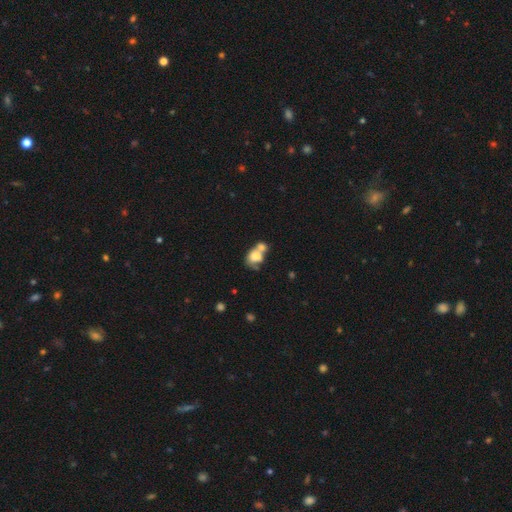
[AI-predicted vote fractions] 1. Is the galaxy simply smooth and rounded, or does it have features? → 73% smooth, 18% featured or disk, 9% star or artifact.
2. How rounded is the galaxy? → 61% in between, 38% round, 1% cigar-shaped.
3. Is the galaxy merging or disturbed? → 63% merger, 21% none, 9% minor disturbance, 7% major disturbance.